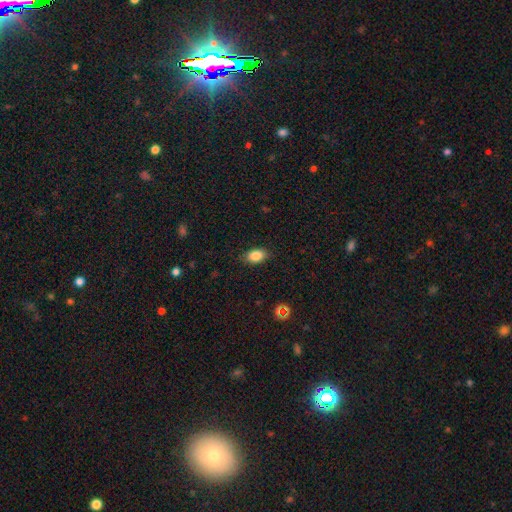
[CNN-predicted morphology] A smooth galaxy with no disk features (85%) that is in between round and cigar-shaped (86%). Merging: none (86%).